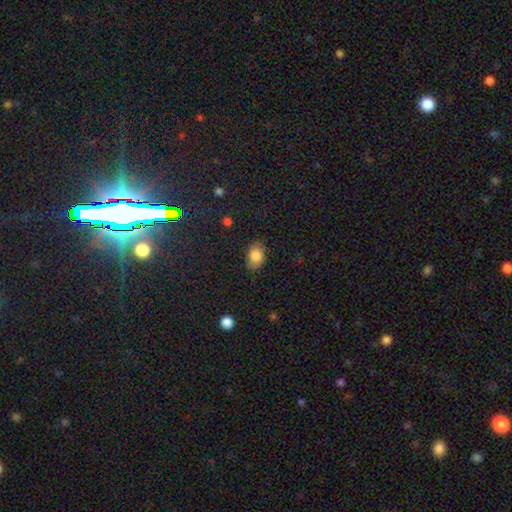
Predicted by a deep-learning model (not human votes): This appears to be a smooth galaxy with no disk features (82%) that is in between round and cigar-shaped (80%). Merging: none (81%).